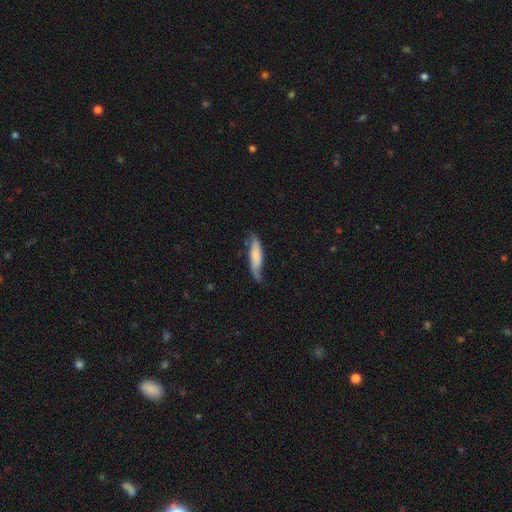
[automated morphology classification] Smooth or featured: smooth — 63% (featured or disk — 31%)
How rounded: cigar-shaped — 67% (in between — 31%)
Merging: none — 56% (minor disturbance — 32%)